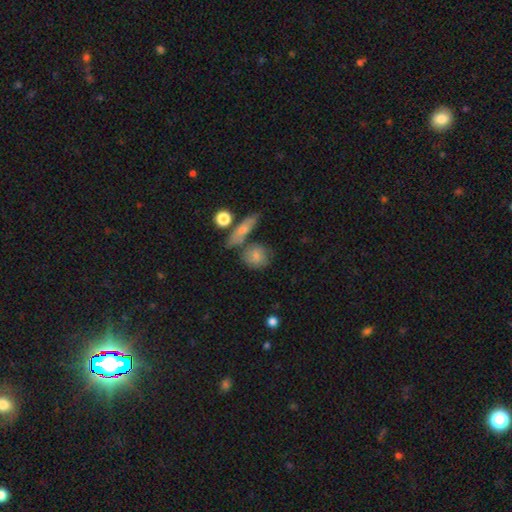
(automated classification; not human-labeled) This appears to be a smooth galaxy with no disk features (72%) that is round (66%). Merging: none (59%).